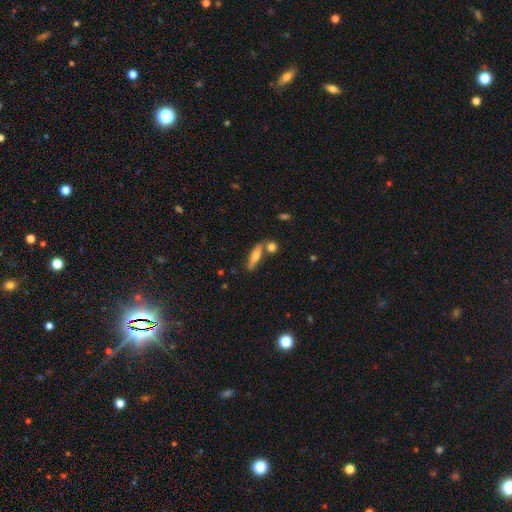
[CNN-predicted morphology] smooth_or_featured: smooth (p=0.55) [alt: featured or disk p=0.37]
how_rounded: cigar-shaped (p=0.72) [alt: in between p=0.25]
merging: none (p=0.70) [alt: merger p=0.15]